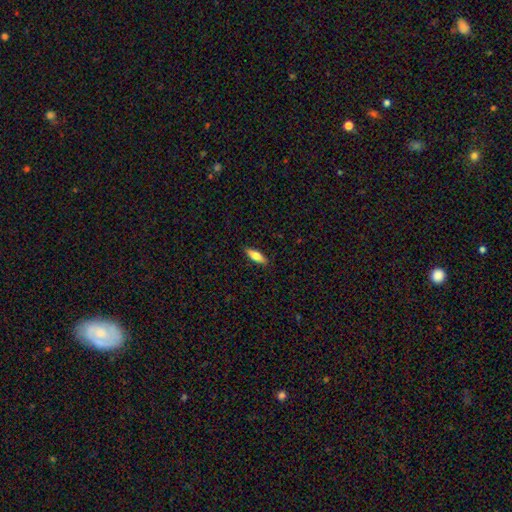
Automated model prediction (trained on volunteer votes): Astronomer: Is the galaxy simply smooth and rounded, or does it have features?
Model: smooth — 72%.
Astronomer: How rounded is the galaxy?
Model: in between — 60% (runner-up: cigar-shaped, 38%).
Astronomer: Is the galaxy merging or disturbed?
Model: none — 87%.